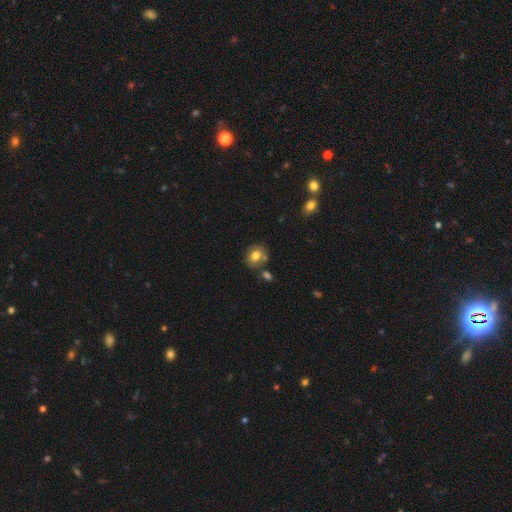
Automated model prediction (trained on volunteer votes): Smooth or featured? smooth (79%)
How rounded? round (61%)
Merging? none (68%)